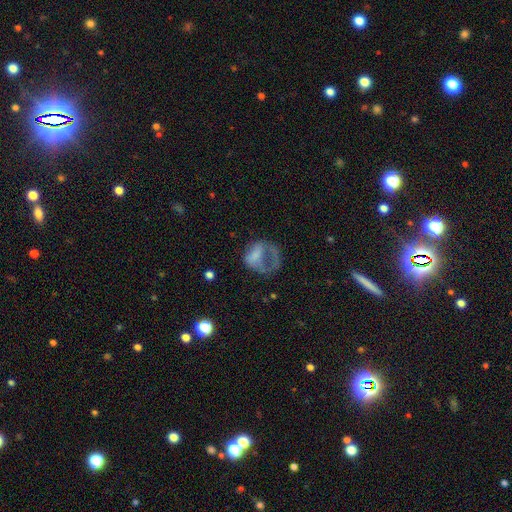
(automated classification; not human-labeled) This is possibly a smooth galaxy (48%). Merging: possibly major disturbance (54%).